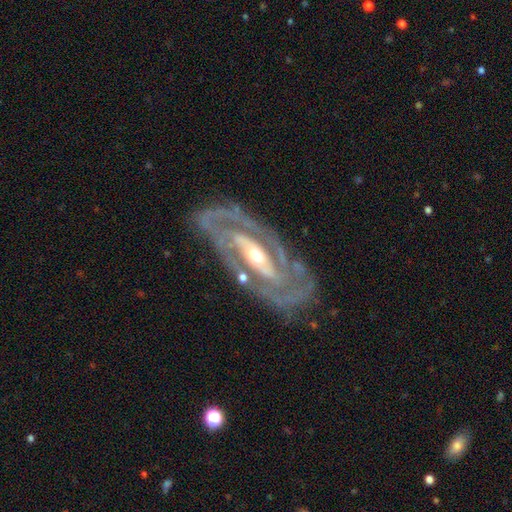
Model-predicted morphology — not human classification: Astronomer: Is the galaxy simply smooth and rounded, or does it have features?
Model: featured or disk — 91%.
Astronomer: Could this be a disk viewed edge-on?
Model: no — 93%.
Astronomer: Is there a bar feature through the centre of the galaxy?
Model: strong — 42% (runner-up: no, 29%).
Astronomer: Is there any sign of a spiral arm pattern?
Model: yes — 93%.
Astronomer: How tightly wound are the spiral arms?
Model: tight — 61%.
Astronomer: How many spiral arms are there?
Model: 2 — 74%.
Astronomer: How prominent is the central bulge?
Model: moderate — 65%.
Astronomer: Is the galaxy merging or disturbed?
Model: none — 76%.